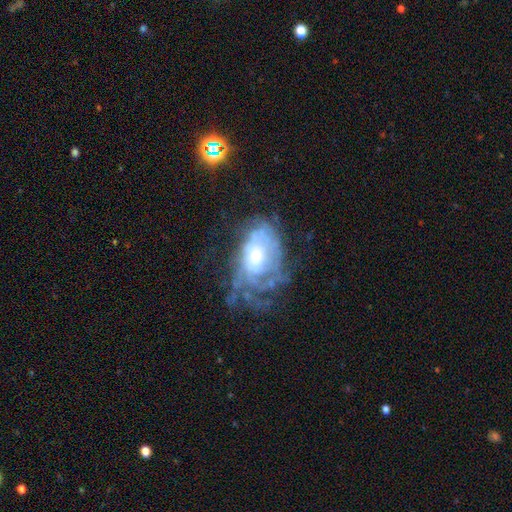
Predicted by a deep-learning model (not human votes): Morphology: type=featured or disk (75%); edge-on=no (95%); bar=no (76%); spiral arms=yes (74%); winding=tight (58%); arm count=can't tell (59%); bulge=small (52%); merging=none (41%).